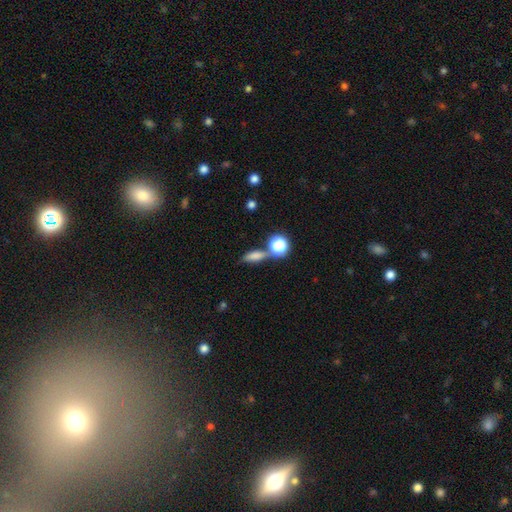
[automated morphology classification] Smooth or featured: smooth — 70% (star or artifact — 15%)
How rounded: in between — 48% (cigar-shaped — 34%)
Merging: none — 62% (merger — 19%)